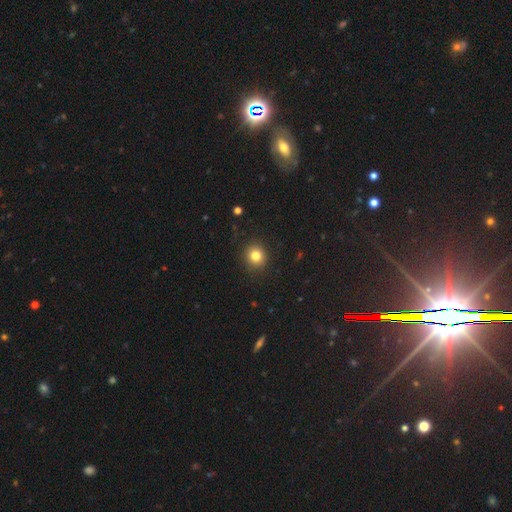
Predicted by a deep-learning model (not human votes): smooth_or_featured: smooth (p=0.82) [alt: star or artifact p=0.12]
how_rounded: round (p=0.88) [alt: in between p=0.11]
merging: none (p=0.91) [alt: minor disturbance p=0.06]